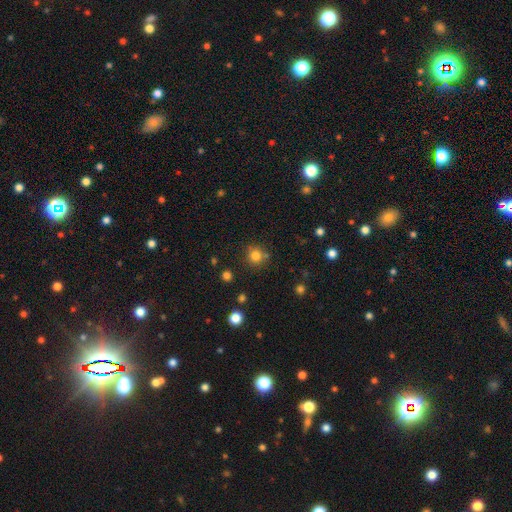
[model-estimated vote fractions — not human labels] Overall: smooth (80%). How rounded: round (91%). Merging: none (79%).